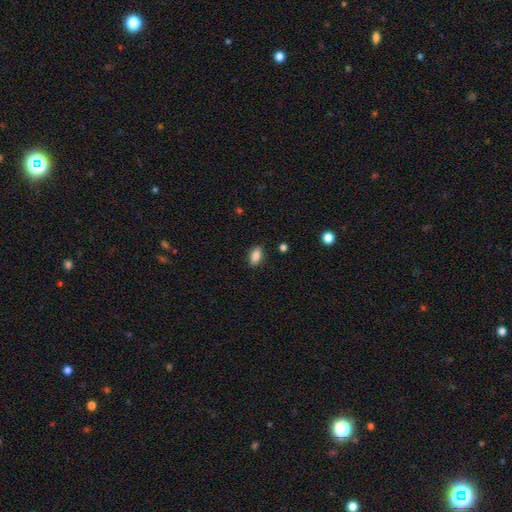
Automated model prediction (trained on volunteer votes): Smooth or featured?
  - smooth: 85% *
  - star or artifact: 8%
  - featured or disk: 7%
How rounded?
  - in between: 89% *
  - cigar-shaped: 6%
  - round: 6%
Merging?
  - none: 87% *
  - minor disturbance: 10%
  - major disturbance: 2%
  - merger: 1%